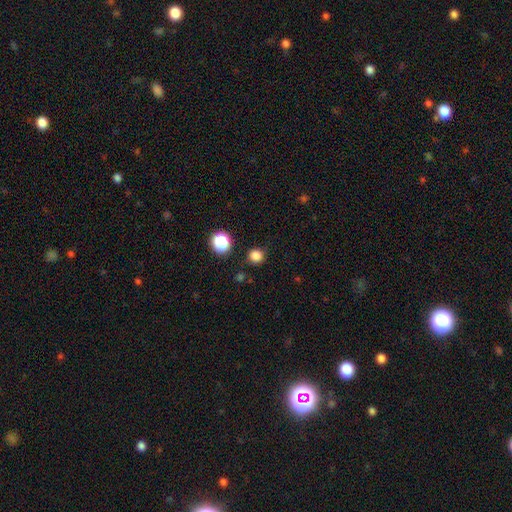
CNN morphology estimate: type=smooth (81%); roundness=round (90%); merging=none (85%).